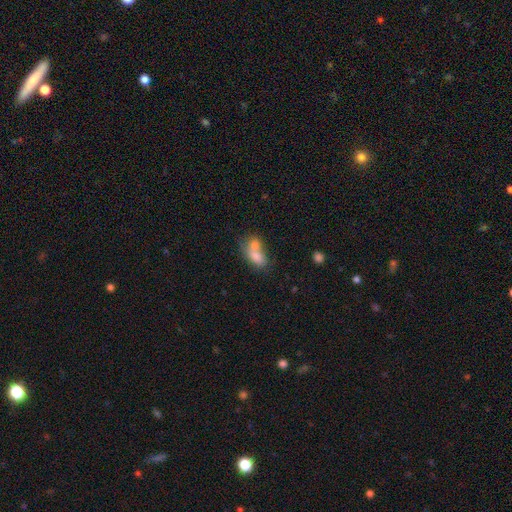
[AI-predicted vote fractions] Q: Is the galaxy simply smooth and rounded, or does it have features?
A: smooth — 74%.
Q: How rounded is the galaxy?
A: in between — 81%.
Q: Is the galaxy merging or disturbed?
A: merger — 61%.